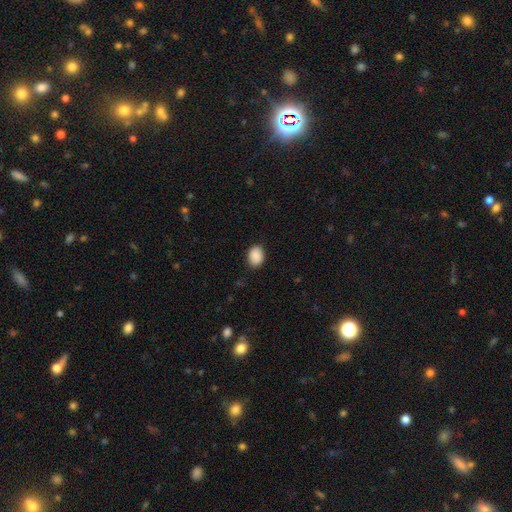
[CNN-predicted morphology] smooth_or_featured: smooth (p=0.90) [alt: star or artifact p=0.07]
how_rounded: in between (p=0.72) [alt: round p=0.27]
merging: none (p=0.87) [alt: minor disturbance p=0.10]